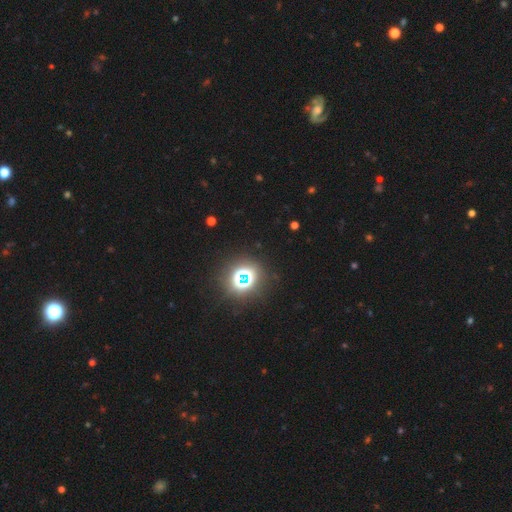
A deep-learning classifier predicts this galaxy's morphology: A star or artifact, not a galaxy (74%).

Vote fractions:
- Smooth or featured? star or artifact: 74% / smooth: 20% / featured or disk: 6%